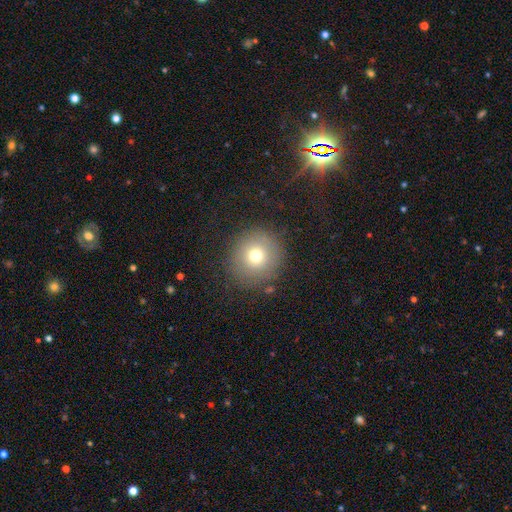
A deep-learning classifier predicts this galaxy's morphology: Smooth or featured? Predicted: smooth (p=0.72). How rounded? Predicted: round (p=0.94). Merging? Predicted: none (p=0.85).